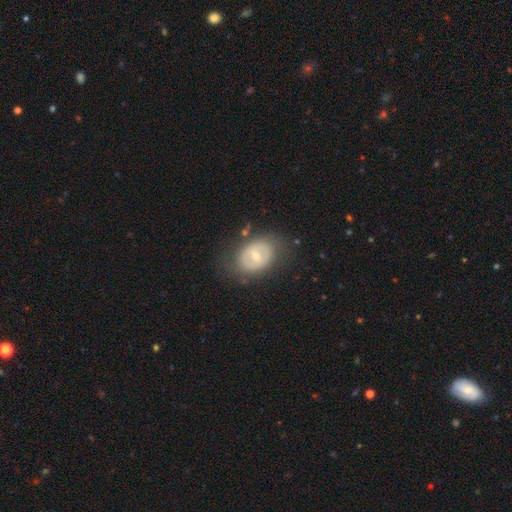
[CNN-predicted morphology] Q: Smooth or featured?
A: featured or disk (54%); runner-up: smooth (39%)
Q: Edge-on disk?
A: no (93%); runner-up: yes (7%)
Q: Bar?
A: weak (40%); runner-up: no (35%)
Q: Spiral arms?
A: no (83%); runner-up: yes (17%)
Q: Bulge size?
A: moderate (53%); runner-up: small (41%)
Q: Merging?
A: none (73%); runner-up: minor disturbance (17%)